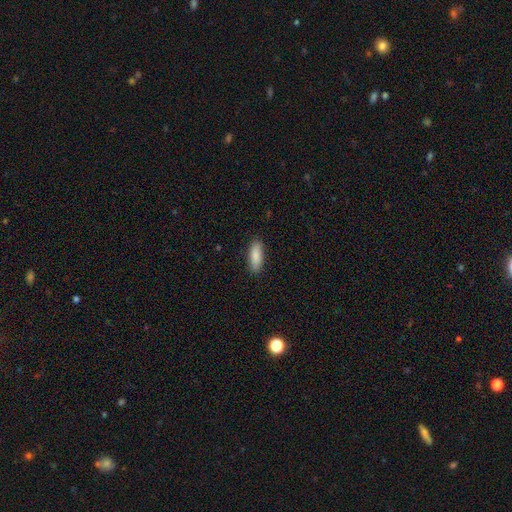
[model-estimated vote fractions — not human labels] Smooth or featured?
  - smooth: 87% *
  - featured or disk: 7%
  - star or artifact: 6%
How rounded?
  - in between: 70% *
  - cigar-shaped: 28%
  - round: 2%
Merging?
  - none: 87% *
  - minor disturbance: 10%
  - major disturbance: 2%
  - merger: 1%